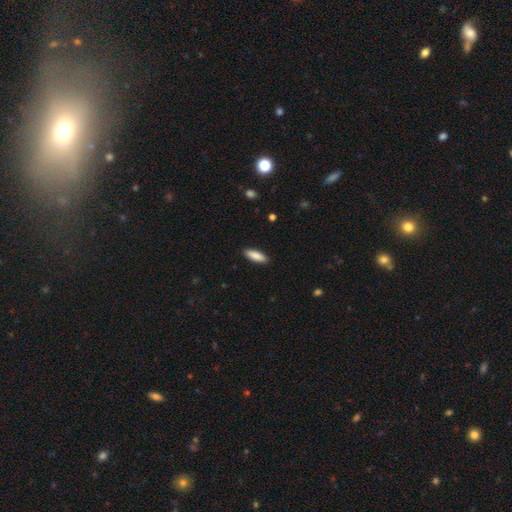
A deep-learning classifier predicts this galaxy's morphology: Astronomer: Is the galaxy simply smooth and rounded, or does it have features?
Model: smooth — 88%.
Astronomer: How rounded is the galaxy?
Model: in between — 58% (runner-up: cigar-shaped, 40%).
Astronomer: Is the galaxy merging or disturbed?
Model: none — 90%.